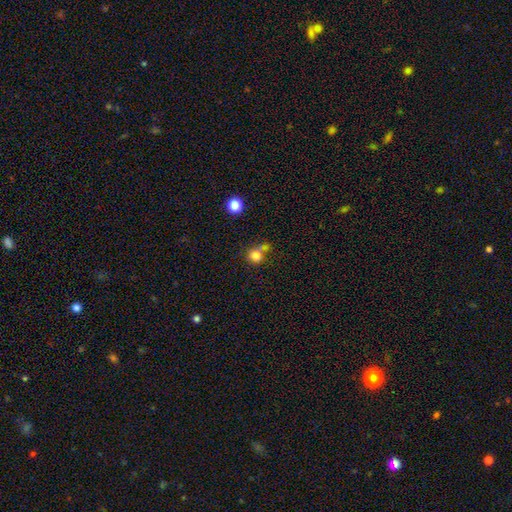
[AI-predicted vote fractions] A smooth galaxy with no disk features (79%) that is round (85%). Merging: none (50%).